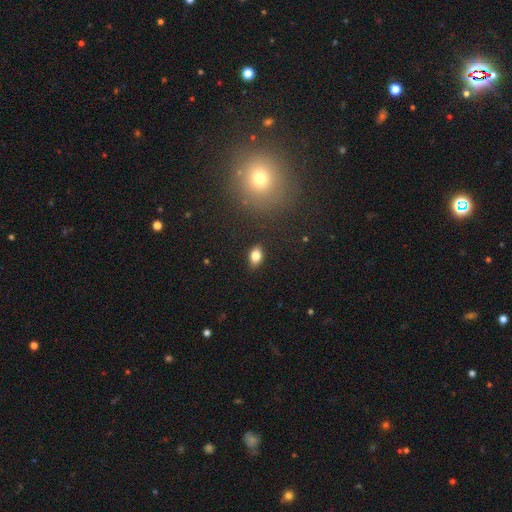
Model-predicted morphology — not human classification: smooth-or-featured: smooth: 81% | featured or disk: 10% | star or artifact: 10%
  how-rounded: in between: 85% | round: 12% | cigar-shaped: 3%
  merging: none: 85% | minor disturbance: 11% | major disturbance: 2% | merger: 1%